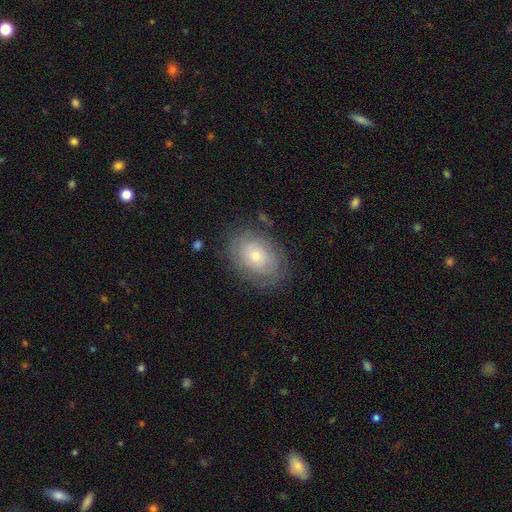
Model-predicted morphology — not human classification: This appears to be a featured or disk galaxy (49%). Merging: none (75%).